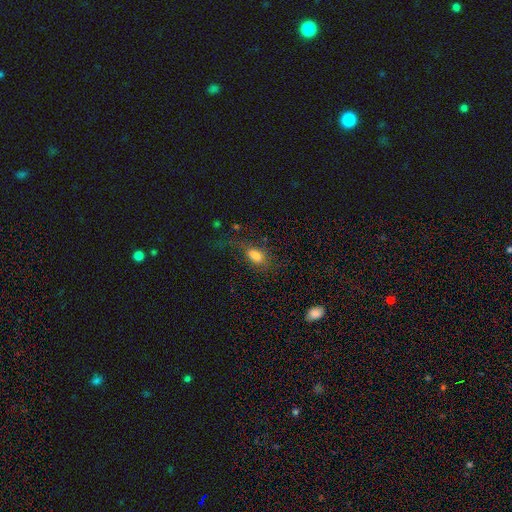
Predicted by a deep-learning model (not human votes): smooth-or-featured: smooth: 71% | featured or disk: 16% | star or artifact: 13%
  how-rounded: in between: 80% | round: 13% | cigar-shaped: 7%
  merging: none: 39% | major disturbance: 33% | minor disturbance: 20% | merger: 9%